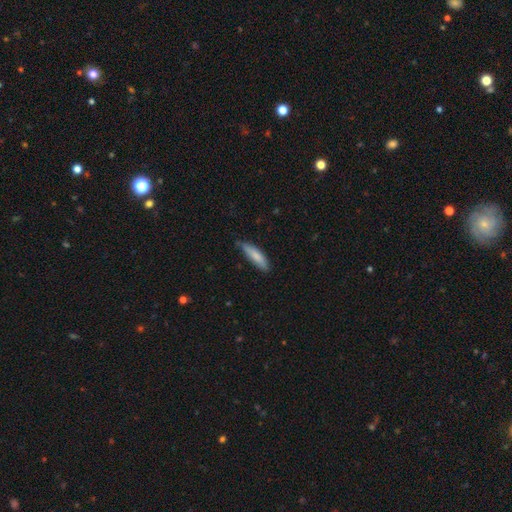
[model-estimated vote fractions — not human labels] Smooth or featured? Predicted: smooth (p=0.80). How rounded? Predicted: cigar-shaped (p=0.67). Merging? Predicted: none (p=0.66).